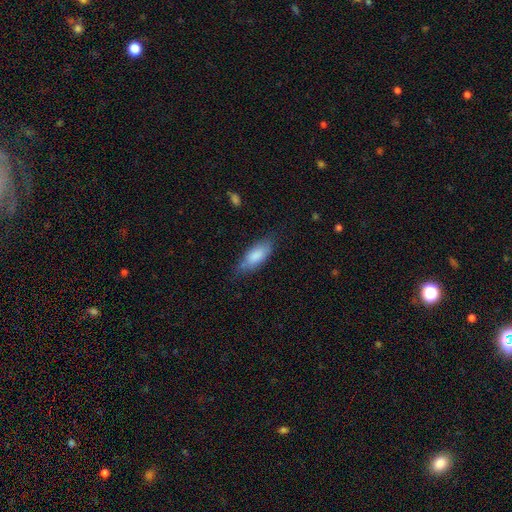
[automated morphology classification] Overall: smooth (82%). How rounded: in between (77%). Merging: none (66%).